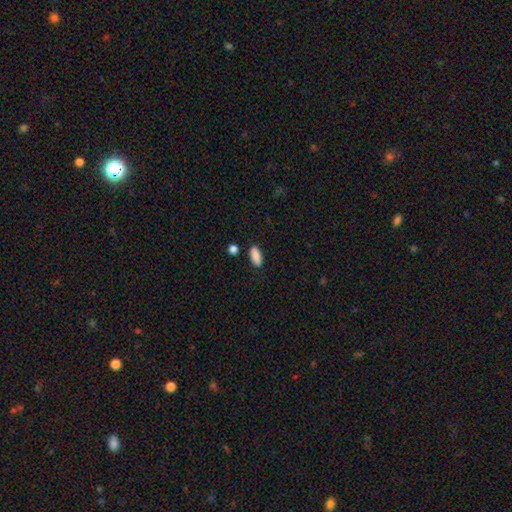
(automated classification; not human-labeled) Smooth or featured?
  - smooth: 89% *
  - star or artifact: 7%
  - featured or disk: 4%
How rounded?
  - in between: 77% *
  - cigar-shaped: 20%
  - round: 3%
Merging?
  - none: 84% *
  - minor disturbance: 10%
  - merger: 3%
  - major disturbance: 2%